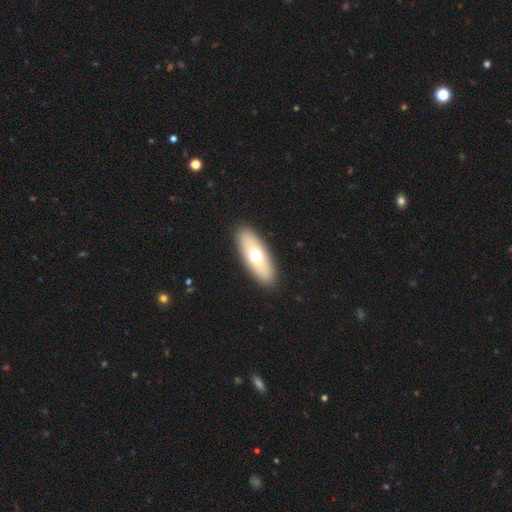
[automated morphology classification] This is likely a smooth galaxy (64%). How rounded: likely in between (73%). Merging: clearly none (90%).